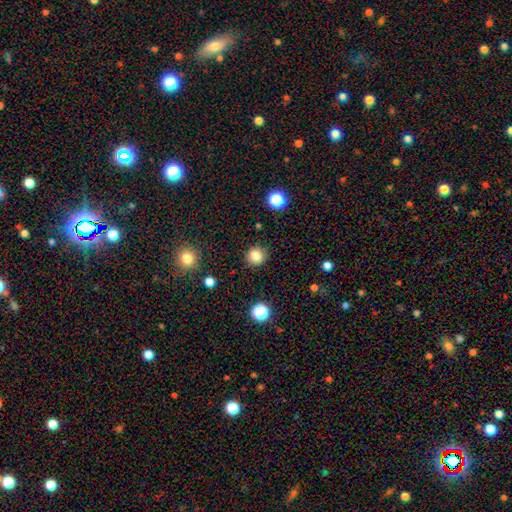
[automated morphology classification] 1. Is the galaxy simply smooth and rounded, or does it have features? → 83% smooth, 12% star or artifact, 5% featured or disk.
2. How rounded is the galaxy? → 90% round, 9% in between, 1% cigar-shaped.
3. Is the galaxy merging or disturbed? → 88% none, 8% minor disturbance, 3% major disturbance, 2% merger.